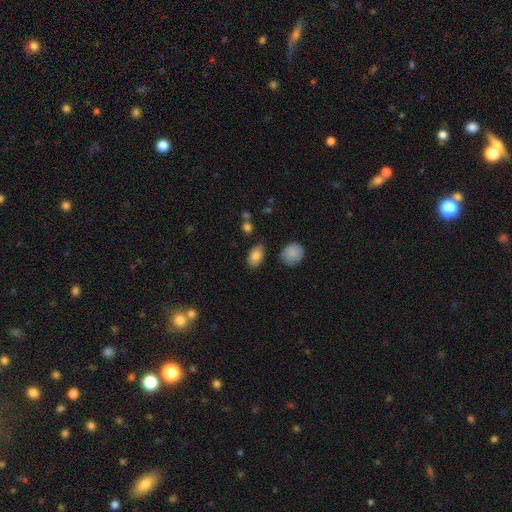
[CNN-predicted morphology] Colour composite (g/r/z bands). It shows a smooth galaxy with no disk features (83%) that is in between round and cigar-shaped (90%). Merging: none (79%).